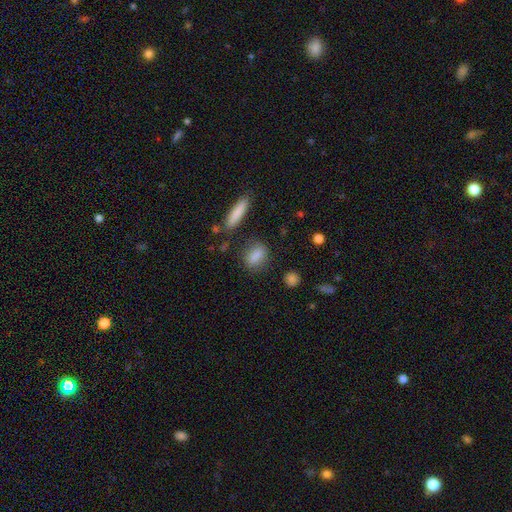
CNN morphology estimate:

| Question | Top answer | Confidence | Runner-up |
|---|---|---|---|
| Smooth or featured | smooth | 84% | star or artifact (9%) |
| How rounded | in between | 70% | round (19%) |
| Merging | none | 78% | minor disturbance (13%) |